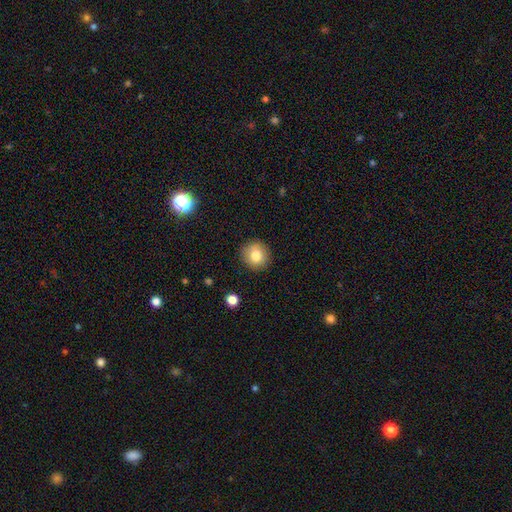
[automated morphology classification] Q: Smooth or featured?
A: smooth (80%); runner-up: star or artifact (10%)
Q: How rounded?
A: round (92%); runner-up: in between (7%)
Q: Merging?
A: none (89%); runner-up: minor disturbance (8%)